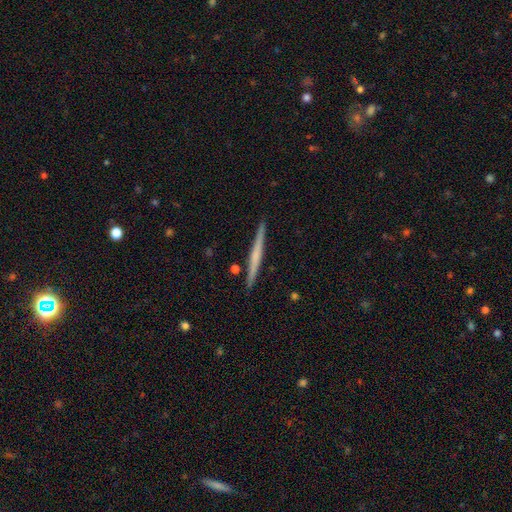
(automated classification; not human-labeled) A featured or disk galaxy (53%) viewed edge-on (98%) with no central bulge (69%).

Vote fractions:
- Smooth or featured? featured or disk: 53% / smooth: 41% / star or artifact: 5%
- Edge-on disk? yes: 98% / no: 2%
- Edge-on bulge? none: 69% / rounded: 22% / boxy: 8%
- Merging? none: 92% / minor disturbance: 6% / merger: 1% / major disturbance: 1%